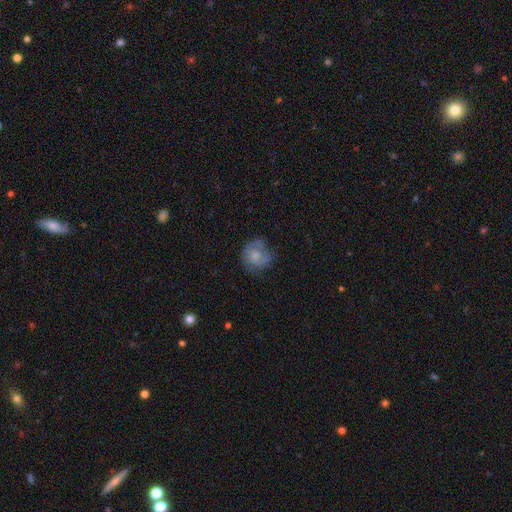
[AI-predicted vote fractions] A smooth galaxy with no disk features (51%) that is round (77%).

Vote fractions:
- Smooth or featured? smooth: 51% / featured or disk: 41% / star or artifact: 9%
- How rounded? round: 77% / in between: 22% / cigar-shaped: 1%
- Merging? none: 53% / minor disturbance: 26% / major disturbance: 19% / merger: 2%